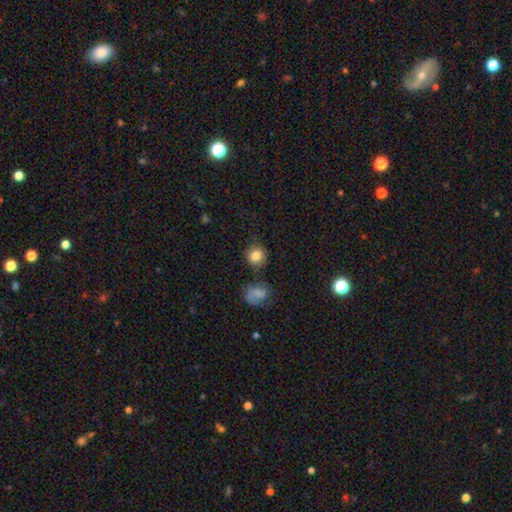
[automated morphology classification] Smooth or featured: smooth — 83% (star or artifact — 10%)
How rounded: round — 87% (in between — 12%)
Merging: none — 80% (minor disturbance — 11%)